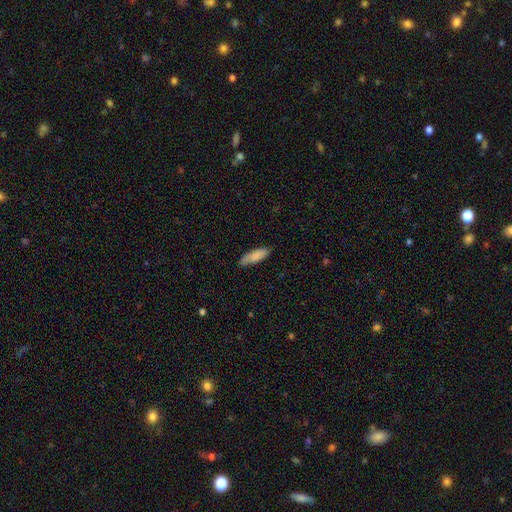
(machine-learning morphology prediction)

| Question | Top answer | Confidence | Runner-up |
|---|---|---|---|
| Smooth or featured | smooth | 83% | featured or disk (11%) |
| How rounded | in between | 51% | cigar-shaped (47%) |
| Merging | none | 73% | minor disturbance (21%) |